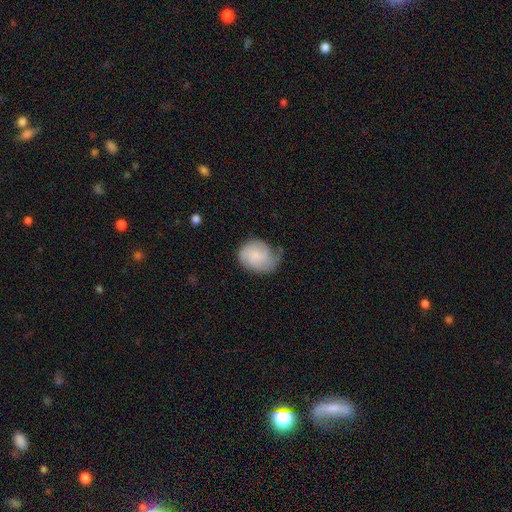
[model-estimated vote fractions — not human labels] This appears to be a smooth galaxy with no disk features (58%) that is round (50%). Merging: none (50%).